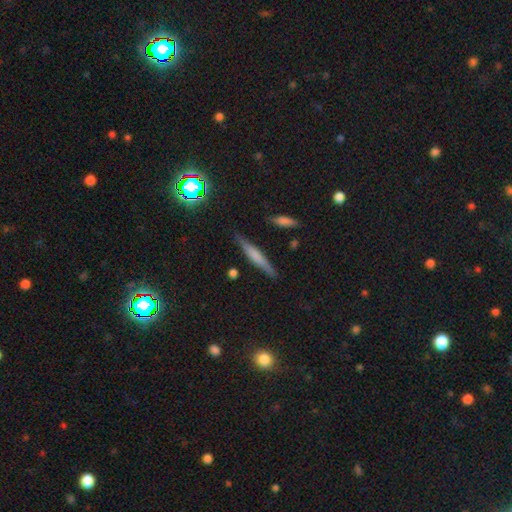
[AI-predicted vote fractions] This appears to be a smooth galaxy with no disk features (52%) that is cigar-shaped (91%). Merging: none (86%).